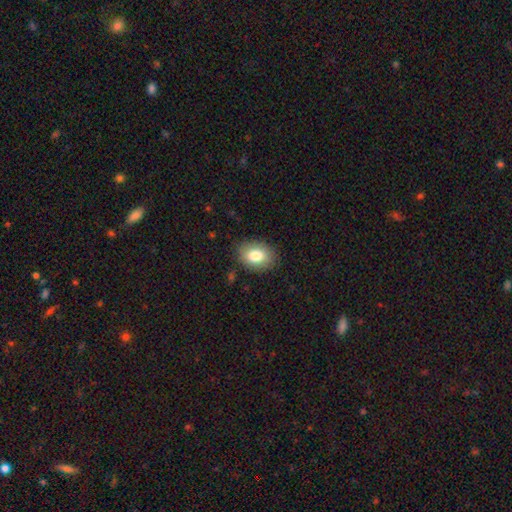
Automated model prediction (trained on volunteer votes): The model was most divided on "how rounded": in between: 75%, round: 24%, cigar-shaped: 1%. More confident: merging — none (86%); smooth or featured — smooth (82%).